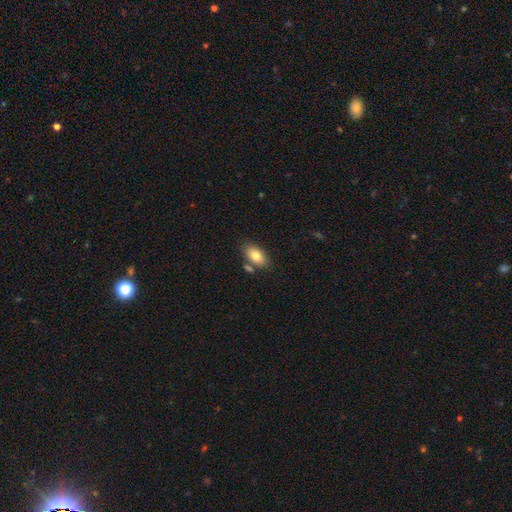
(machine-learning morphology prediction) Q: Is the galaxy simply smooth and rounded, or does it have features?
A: smooth — 80%.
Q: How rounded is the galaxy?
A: in between — 91%.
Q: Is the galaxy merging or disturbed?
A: none — 72%.